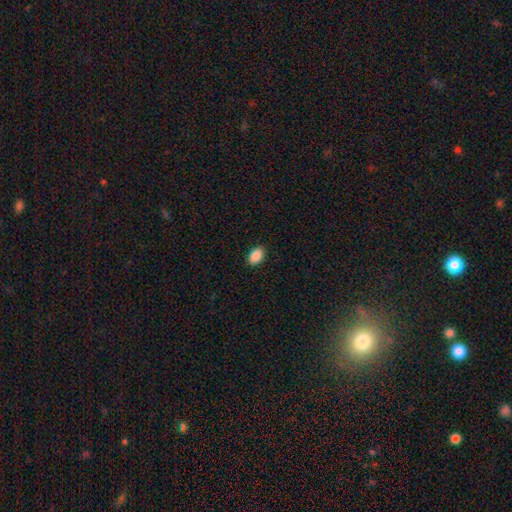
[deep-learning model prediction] Smooth or featured? smooth (89%)
How rounded? in between (89%)
Merging? none (89%)